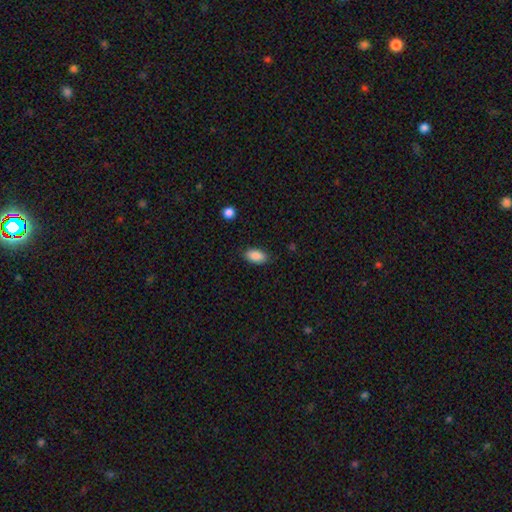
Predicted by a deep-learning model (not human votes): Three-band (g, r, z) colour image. It shows a smooth galaxy with no disk features (89%) that is in between round and cigar-shaped (93%). Merging: none (85%).